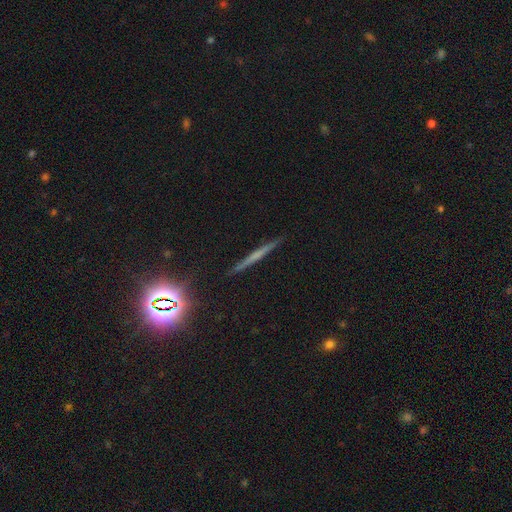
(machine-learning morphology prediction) Smooth or featured?
  - featured or disk: 51% *
  - smooth: 31%
  - star or artifact: 18%
Edge-on disk?
  - yes: 97% *
  - no: 3%
Merging?
  - none: 90% *
  - minor disturbance: 7%
  - major disturbance: 2%
  - merger: 1%